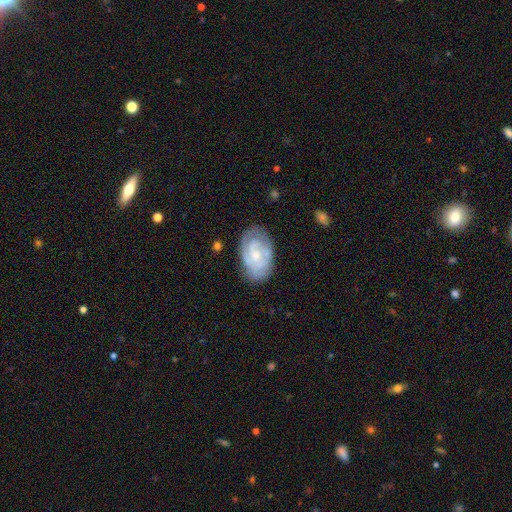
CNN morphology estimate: A featured or disk galaxy (75%) with no bar (69%), tight (63%) spiral arms (89%) and a small central bulge (59%). Merging: none (72%).